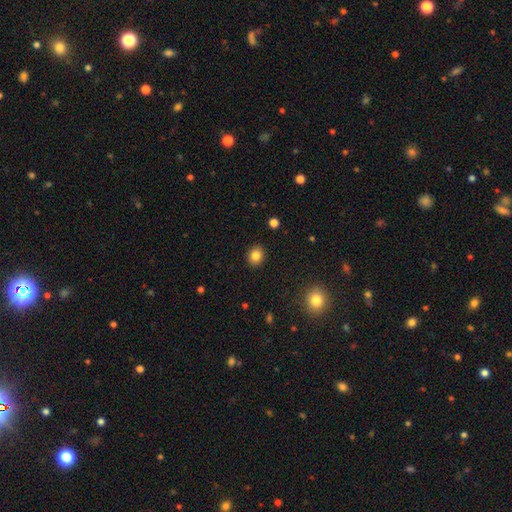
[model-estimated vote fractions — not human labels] Q: Smooth or featured?
A: smooth (83%); runner-up: star or artifact (11%)
Q: How rounded?
A: round (68%); runner-up: in between (31%)
Q: Merging?
A: none (91%); runner-up: minor disturbance (6%)